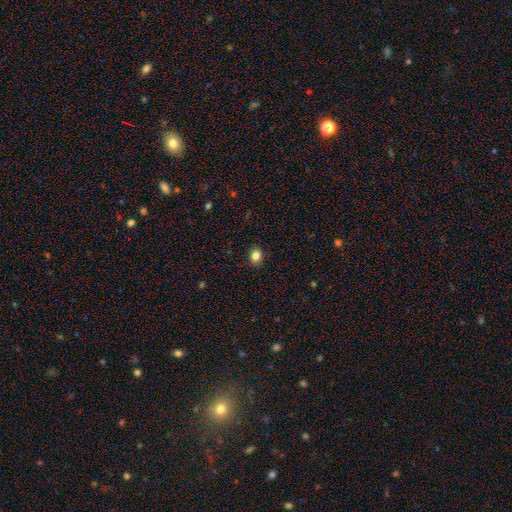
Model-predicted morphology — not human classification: Q: Smooth or featured?
A: smooth (83%); runner-up: star or artifact (11%)
Q: How rounded?
A: round (65%); runner-up: in between (34%)
Q: Merging?
A: none (90%); runner-up: minor disturbance (7%)